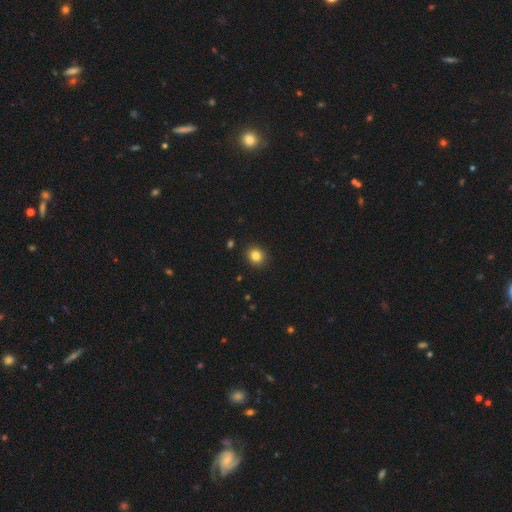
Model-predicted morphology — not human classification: A smooth galaxy with no disk features (83%) that is round (81%).

Vote fractions:
- Smooth or featured? smooth: 83% / star or artifact: 11% / featured or disk: 5%
- How rounded? round: 81% / in between: 18% / cigar-shaped: 1%
- Merging? none: 91% / minor disturbance: 6% / major disturbance: 2% / merger: 1%